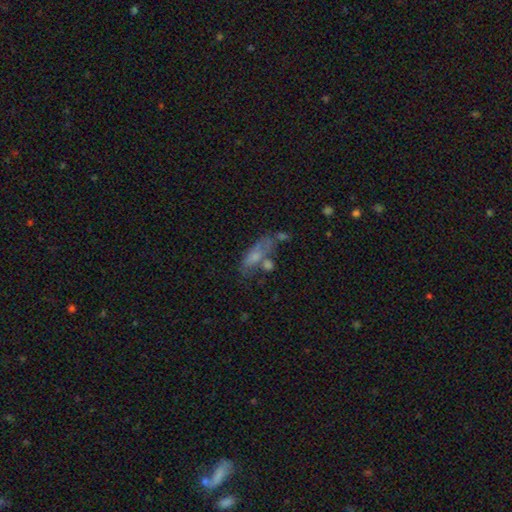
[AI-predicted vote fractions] Smooth or featured? smooth (55%)
How rounded? in between (61%)
Merging? none (35%)